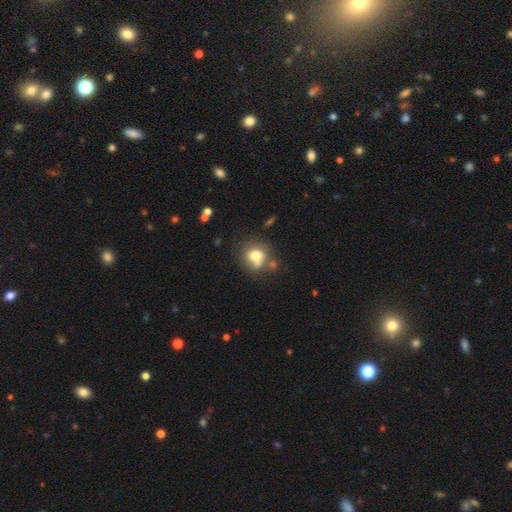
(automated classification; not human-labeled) Morphology: type=smooth (72%); roundness=round (75%); merging=none (52%).